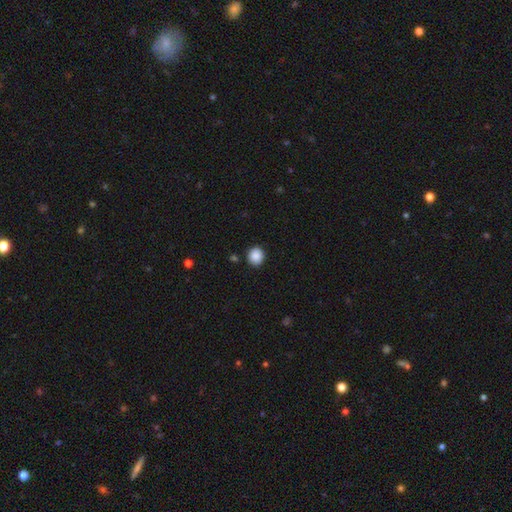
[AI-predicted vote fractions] A smooth galaxy with no disk features (88%) that is round (82%).

Vote fractions:
- Smooth or featured? smooth: 88% / star or artifact: 9% / featured or disk: 3%
- How rounded? round: 82% / in between: 17% / cigar-shaped: 1%
- Merging? none: 89% / minor disturbance: 7% / major disturbance: 2% / merger: 2%